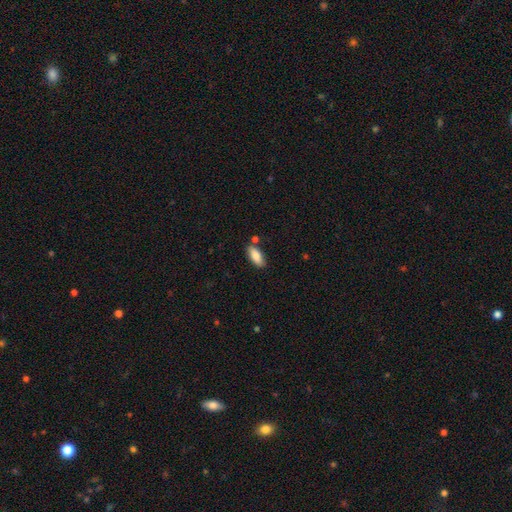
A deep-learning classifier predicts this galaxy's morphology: smooth_or_featured: smooth (p=0.82) [alt: featured or disk p=0.12]
how_rounded: in between (p=0.82) [alt: cigar-shaped p=0.16]
merging: none (p=0.79) [alt: minor disturbance p=0.12]